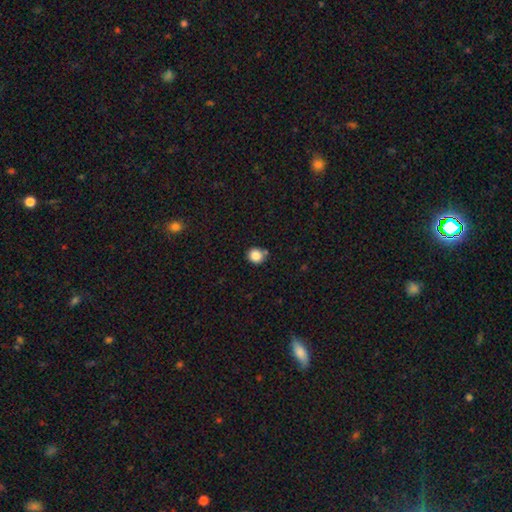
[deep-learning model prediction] A smooth galaxy with no disk features (85%) that is round (89%). Merging: none (78%).